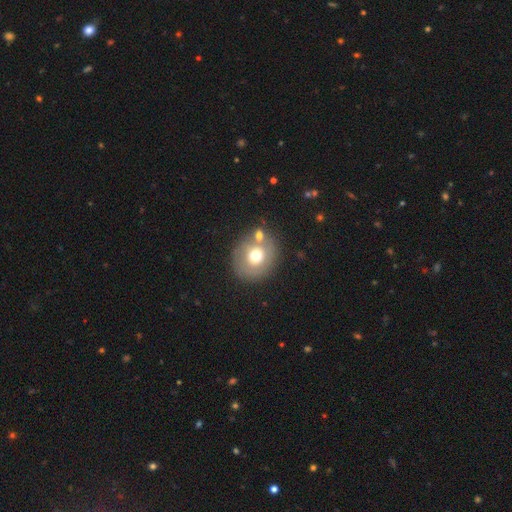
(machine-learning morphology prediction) A smooth galaxy with no disk features (63%) that is round (79%).

Vote fractions:
- Smooth or featured? smooth: 63% / featured or disk: 27% / star or artifact: 10%
- How rounded? round: 79% / in between: 20% / cigar-shaped: 1%
- Merging? none: 67% / merger: 16% / minor disturbance: 12% / major disturbance: 5%